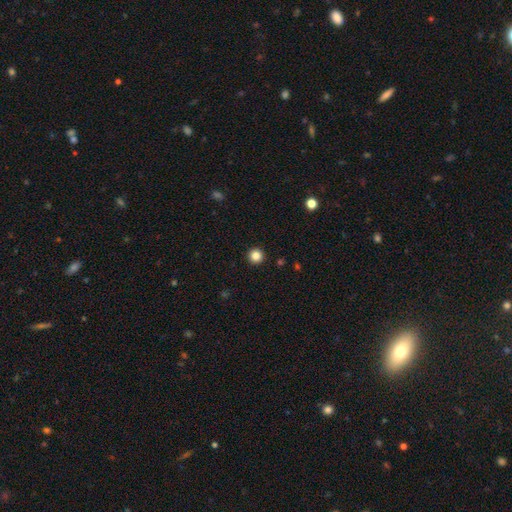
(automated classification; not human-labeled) This is clearly a smooth galaxy (85%). How rounded: clearly round (96%). Merging: clearly none (94%).